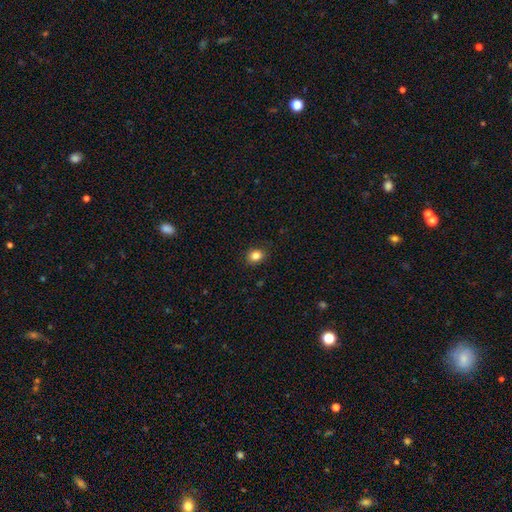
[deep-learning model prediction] The model was most divided on "how rounded": round: 64%, in between: 35%, cigar-shaped: 1%. More confident: merging — none (89%); smooth or featured — smooth (84%).